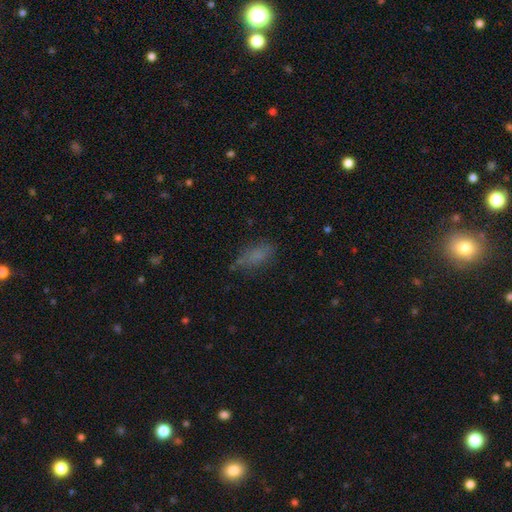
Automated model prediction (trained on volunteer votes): Morphology: type=smooth (73%); roundness=in between (78%); merging=none (63%).